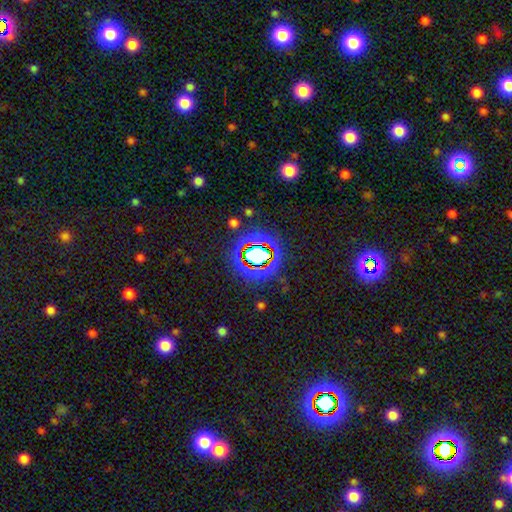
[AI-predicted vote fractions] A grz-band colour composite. It shows a star or artifact, not a galaxy (74%).